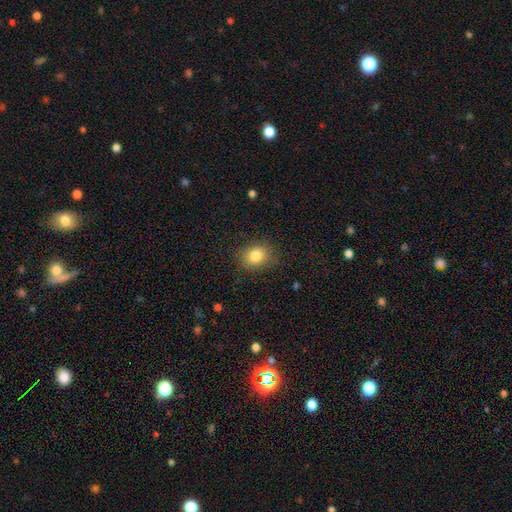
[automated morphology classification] type=smooth (82%); roundness=round (59%); merging=none (83%).